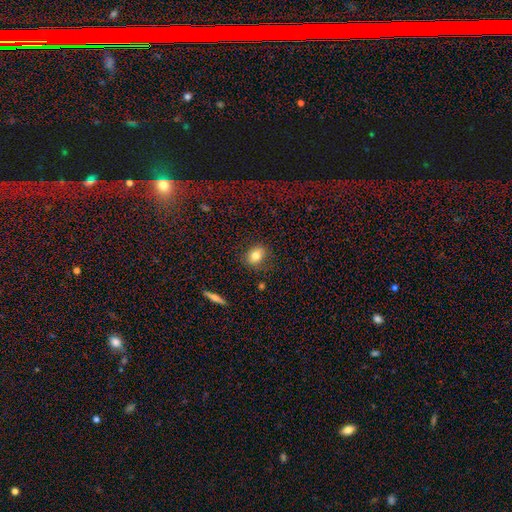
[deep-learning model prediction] Overall: smooth (78%). How rounded: in between (59%; round 39%). Merging: none (79%).